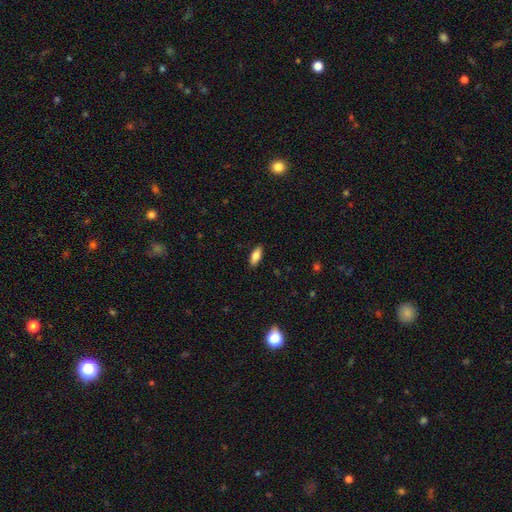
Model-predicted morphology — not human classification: Overall: smooth (81%). How rounded: in between (80%). Merging: none (88%).